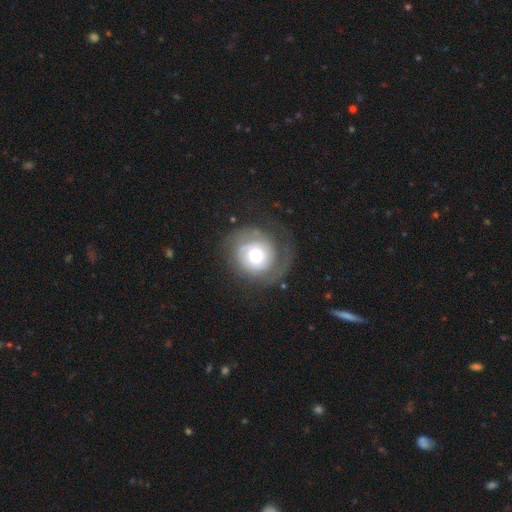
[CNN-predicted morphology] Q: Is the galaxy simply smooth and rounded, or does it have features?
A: featured or disk — 62%.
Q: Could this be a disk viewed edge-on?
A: no — 97%.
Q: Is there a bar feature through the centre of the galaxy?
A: no — 78%.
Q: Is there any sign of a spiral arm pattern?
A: yes — 81%.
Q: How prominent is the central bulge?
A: moderate — 58%.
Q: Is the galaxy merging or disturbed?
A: none — 61%.